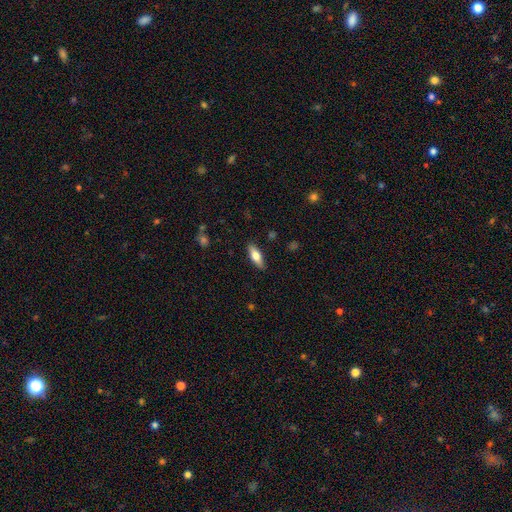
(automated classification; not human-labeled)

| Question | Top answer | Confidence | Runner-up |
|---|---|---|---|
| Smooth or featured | smooth | 63% | featured or disk (31%) |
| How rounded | in between | 62% | cigar-shaped (36%) |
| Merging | none | 88% | minor disturbance (9%) |